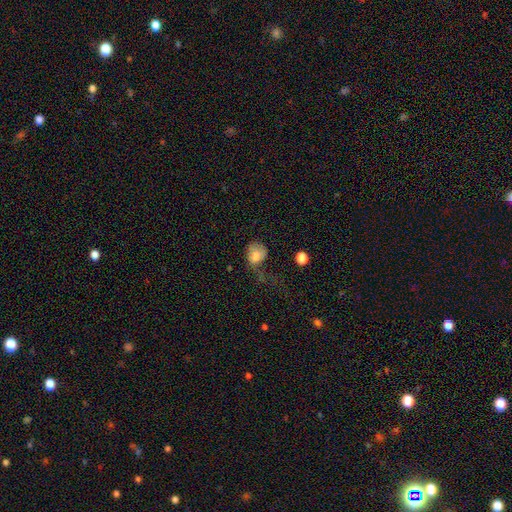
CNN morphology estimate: Smooth or featured?
  - smooth: 73% *
  - featured or disk: 17%
  - star or artifact: 10%
How rounded?
  - round: 55% *
  - in between: 44%
  - cigar-shaped: 1%
Merging?
  - major disturbance: 38% *
  - none: 29%
  - minor disturbance: 28%
  - merger: 5%